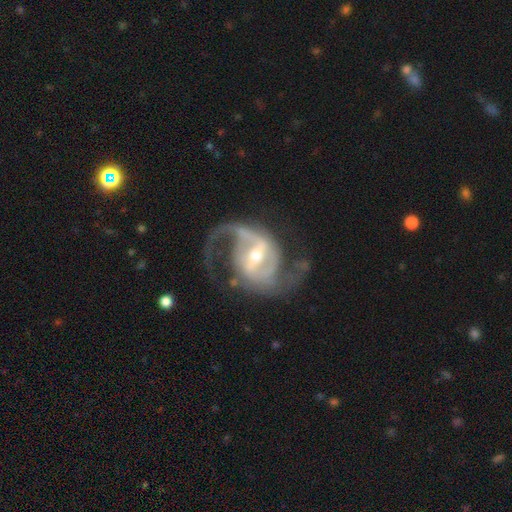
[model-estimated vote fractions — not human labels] Smooth or featured: featured or disk — 91% (star or artifact — 4%)
Edge-on disk: no — 97% (yes — 3%)
Bar: strong — 48% (weak — 41%)
Spiral arms: yes — 97% (no — 3%)
Spiral winding: medium — 54% (loose — 31%)
Spiral arm count: 2 — 85% (1 — 5%)
Bulge size: moderate — 56% (small — 38%)
Merging: none — 65% (major disturbance — 17%)